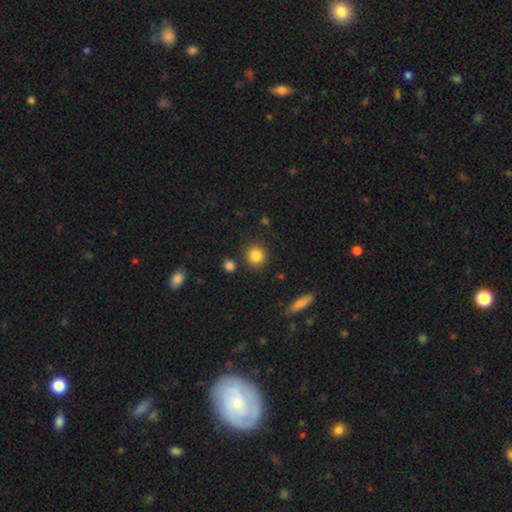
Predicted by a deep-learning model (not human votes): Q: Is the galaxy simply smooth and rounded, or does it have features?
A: smooth — 85%.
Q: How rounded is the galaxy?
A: round — 90%.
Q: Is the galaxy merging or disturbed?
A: none — 86%.